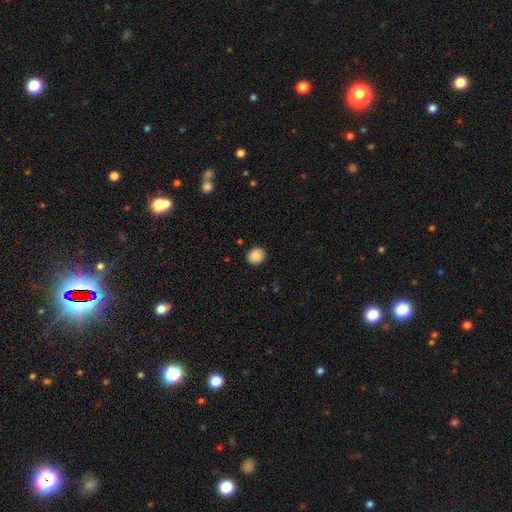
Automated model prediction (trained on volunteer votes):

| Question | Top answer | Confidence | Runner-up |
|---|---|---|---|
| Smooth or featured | smooth | 88% | star or artifact (8%) |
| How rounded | round | 77% | in between (22%) |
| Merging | none | 88% | minor disturbance (8%) |